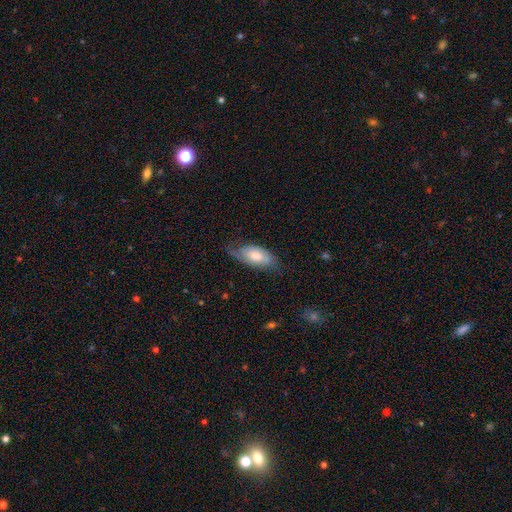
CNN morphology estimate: smooth-or-featured: featured or disk: 49% | smooth: 44% | star or artifact: 6%
  merging: none: 55% | minor disturbance: 29% | major disturbance: 14% | merger: 2%